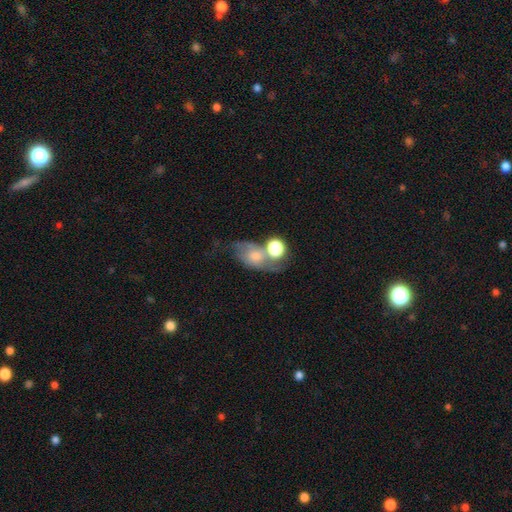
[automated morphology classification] type=smooth (47%); merging=merger (32%).